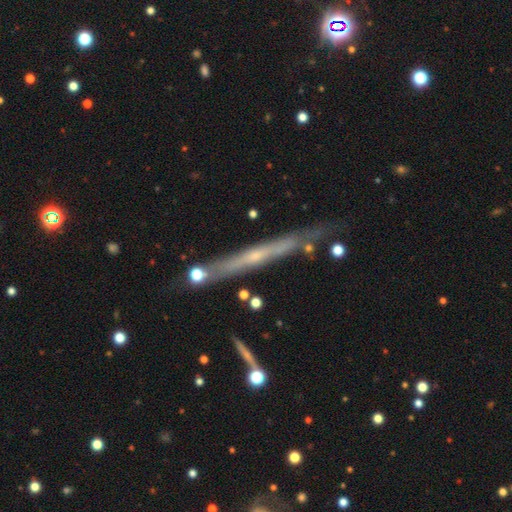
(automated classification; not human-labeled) Smooth or featured?
  - featured or disk: 68% *
  - smooth: 25%
  - star or artifact: 7%
Edge-on disk?
  - yes: 93% *
  - no: 7%
Edge-on bulge?
  - none: 55% *
  - rounded: 41%
  - boxy: 4%
Merging?
  - none: 76% *
  - minor disturbance: 16%
  - merger: 4%
  - major disturbance: 3%